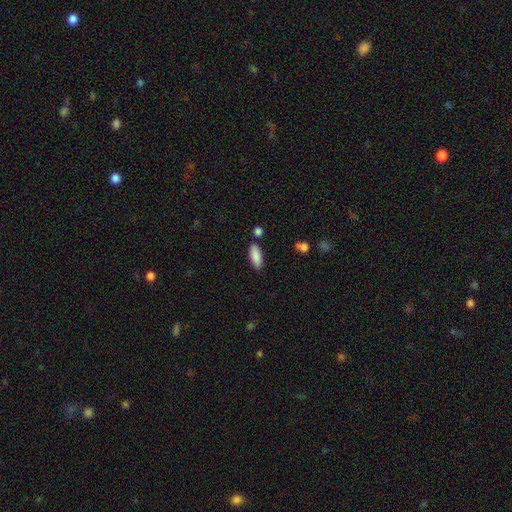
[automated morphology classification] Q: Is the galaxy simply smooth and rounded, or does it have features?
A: smooth — 88%.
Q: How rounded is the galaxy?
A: in between — 77%.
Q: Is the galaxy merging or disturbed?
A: none — 82%.